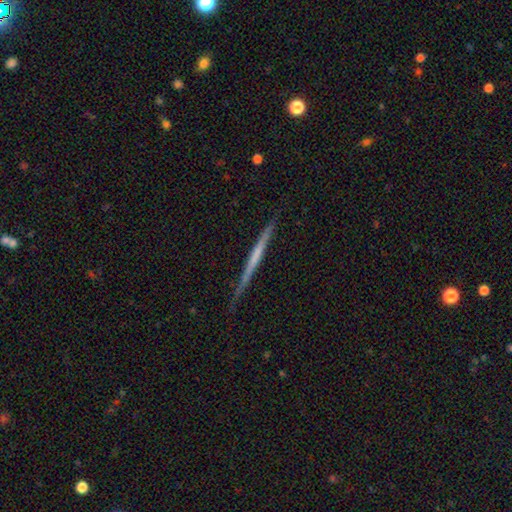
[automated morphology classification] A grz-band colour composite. It shows a featured or disk galaxy (62%) viewed edge-on (98%) with no central bulge (83%). Merging: none (86%).